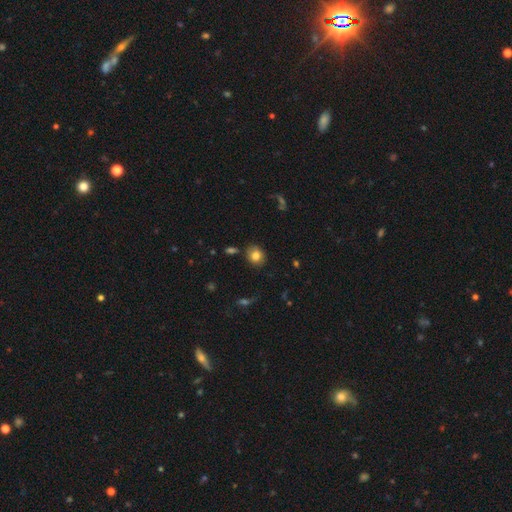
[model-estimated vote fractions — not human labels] Smooth or featured?
  - smooth: 81% *
  - star or artifact: 10%
  - featured or disk: 9%
How rounded?
  - round: 72% *
  - in between: 27%
  - cigar-shaped: 1%
Merging?
  - none: 82% *
  - minor disturbance: 12%
  - merger: 3%
  - major disturbance: 3%